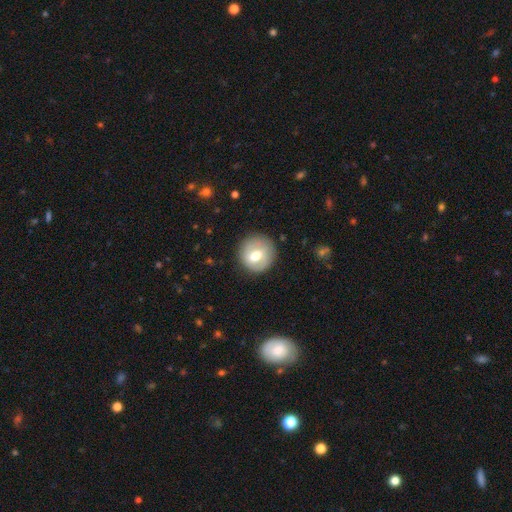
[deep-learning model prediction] smooth-or-featured: smooth: 61% | featured or disk: 31% | star or artifact: 7%
  how-rounded: round: 89% | in between: 10% | cigar-shaped: 1%
  merging: none: 84% | minor disturbance: 11% | major disturbance: 4% | merger: 1%